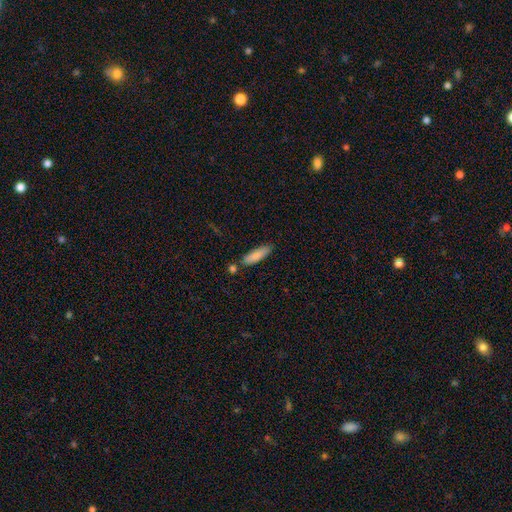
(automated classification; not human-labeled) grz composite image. It shows a smooth galaxy with no disk features (82%) that is cigar-shaped (56%). Merging: none (74%).